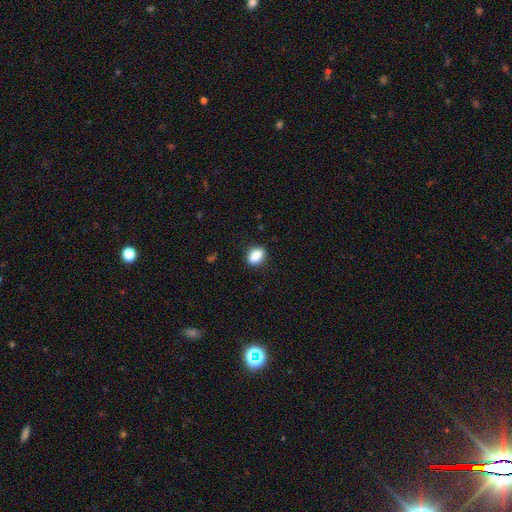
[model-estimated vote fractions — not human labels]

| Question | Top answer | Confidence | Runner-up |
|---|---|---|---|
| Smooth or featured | smooth | 88% | star or artifact (8%) |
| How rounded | in between | 79% | round (19%) |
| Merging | none | 86% | minor disturbance (10%) |